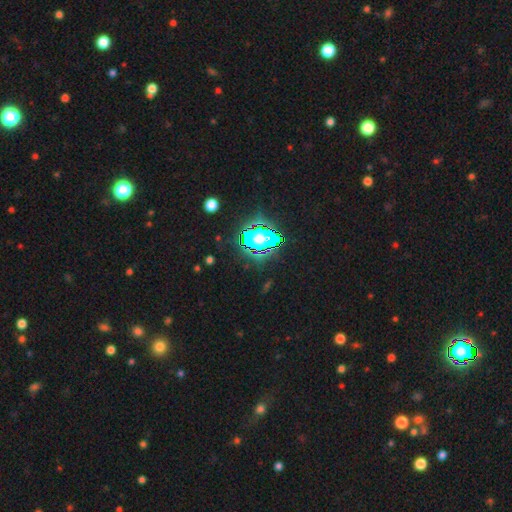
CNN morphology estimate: Smooth or featured: star or artifact — 82% (smooth — 11%)